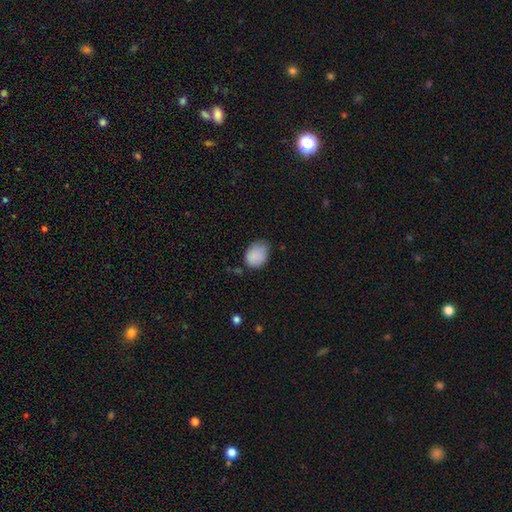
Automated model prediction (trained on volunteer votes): Morphology: type=smooth (87%); roundness=in between (63%); merging=none (57%).